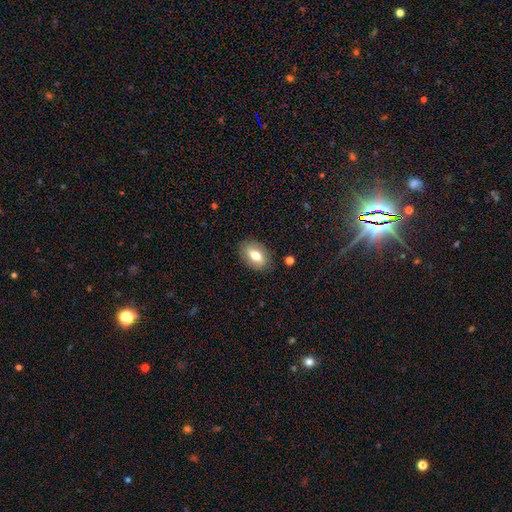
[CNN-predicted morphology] smooth_or_featured: smooth (p=0.70) [alt: featured or disk p=0.23]
how_rounded: in between (p=0.89) [alt: round p=0.09]
merging: none (p=0.85) [alt: minor disturbance p=0.11]